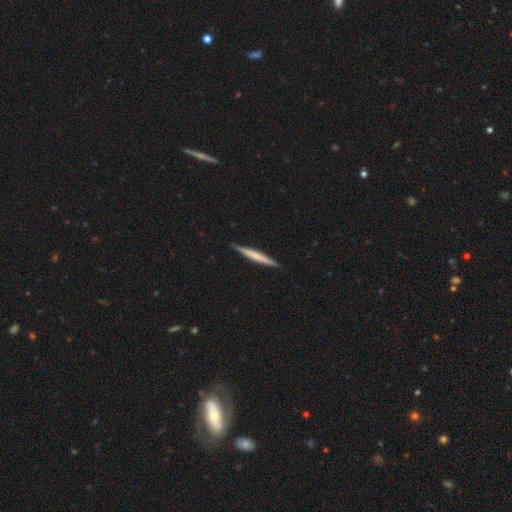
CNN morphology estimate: This is possibly a featured or disk galaxy (51%). It is clearly viewed edge-on (98%). Merging: clearly none (91%).